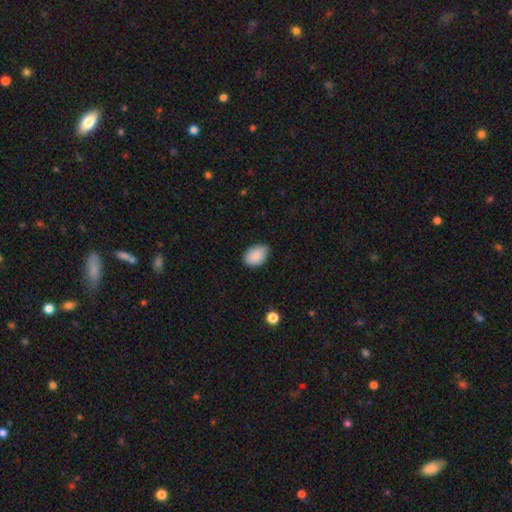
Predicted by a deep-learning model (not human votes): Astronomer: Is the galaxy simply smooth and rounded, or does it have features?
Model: smooth — 89%.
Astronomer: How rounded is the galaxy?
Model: in between — 84%.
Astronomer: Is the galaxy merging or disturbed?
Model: none — 75%.